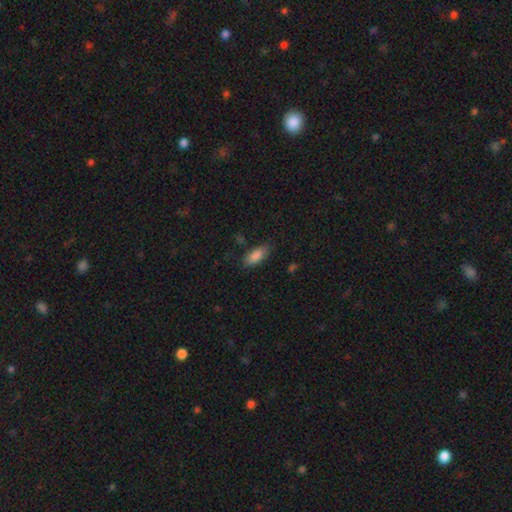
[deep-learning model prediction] Smooth or featured: smooth — 86% (star or artifact — 7%)
How rounded: in between — 81% (cigar-shaped — 17%)
Merging: none — 77% (minor disturbance — 17%)